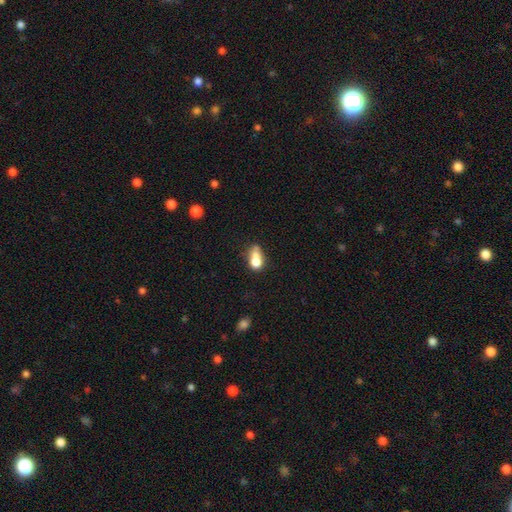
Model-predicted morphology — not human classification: smooth 68%, featured or disk 20%, star or artifact 12%. Down the decision tree: how rounded — in between (55%); merging — merger (43%).